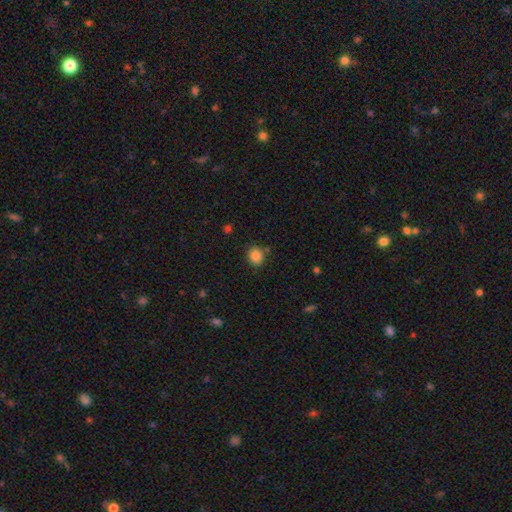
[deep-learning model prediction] A smooth galaxy with no disk features (85%) that is round (77%).

Vote fractions:
- Smooth or featured? smooth: 85% / star or artifact: 11% / featured or disk: 4%
- How rounded? round: 77% / in between: 22% / cigar-shaped: 1%
- Merging? none: 80% / minor disturbance: 12% / merger: 4% / major disturbance: 3%